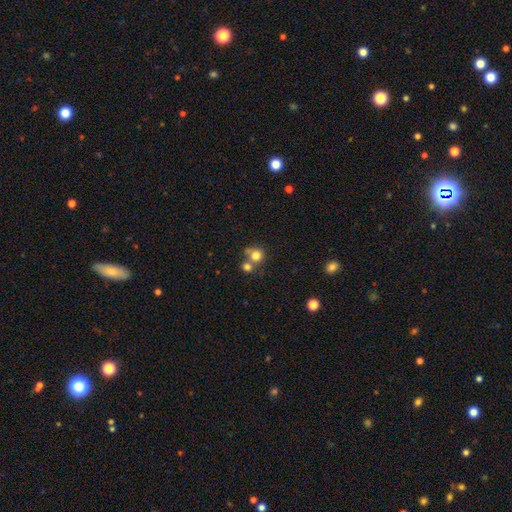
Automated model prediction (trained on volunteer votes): Morphology: type=smooth (78%); roundness=round (87%); merging=none (48%).